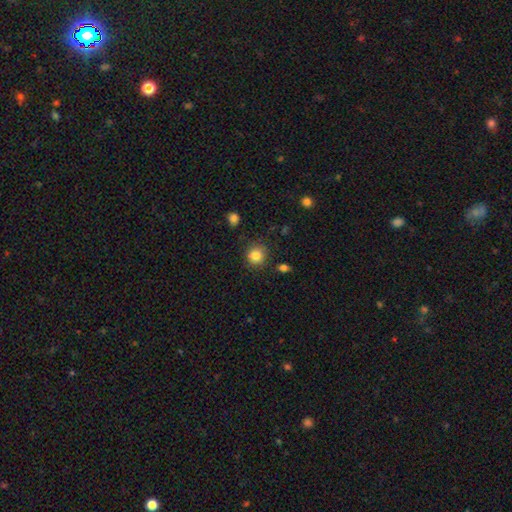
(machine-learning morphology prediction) Smooth or featured? smooth (84%)
How rounded? round (90%)
Merging? none (85%)